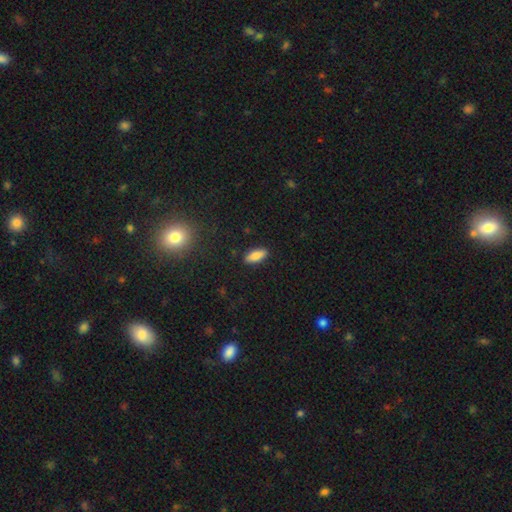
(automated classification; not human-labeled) Smooth or featured? Predicted: smooth (p=0.83). How rounded? Predicted: in between (p=0.73). Merging? Predicted: none (p=0.88).